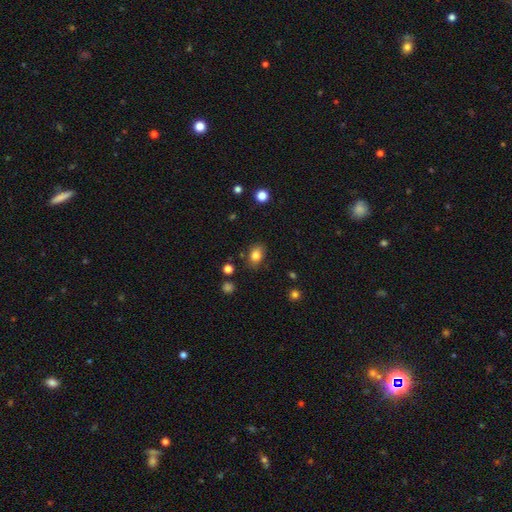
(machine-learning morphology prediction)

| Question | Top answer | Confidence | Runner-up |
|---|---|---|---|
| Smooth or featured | smooth | 82% | star or artifact (10%) |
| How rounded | in between | 76% | round (23%) |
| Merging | none | 81% | minor disturbance (13%) |